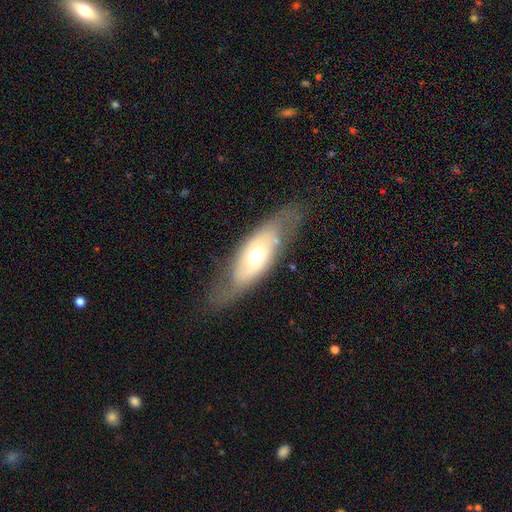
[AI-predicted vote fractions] smooth-or-featured: featured or disk: 56% | smooth: 37% | star or artifact: 7%
  disk-edge-on: no: 77% | yes: 23%
  merging: none: 66% | minor disturbance: 20% | major disturbance: 12% | merger: 2%